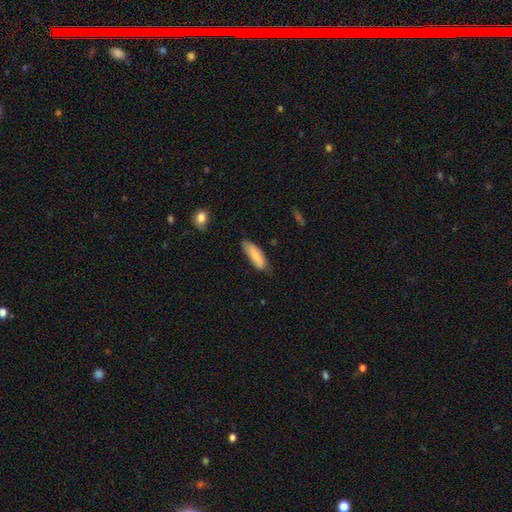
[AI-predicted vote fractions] The model was most divided on "how rounded": in between: 61%, cigar-shaped: 37%, round: 2%. More confident: smooth or featured — smooth (81%); merging — none (65%).